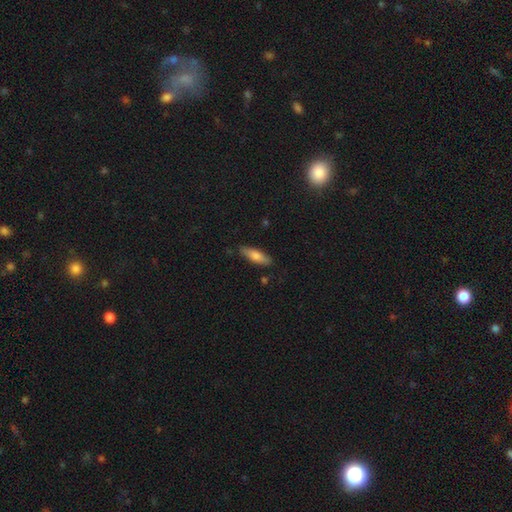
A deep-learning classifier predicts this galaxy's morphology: This is likely a smooth galaxy (76%). How rounded: possibly cigar-shaped (50%). Merging: clearly none (84%).